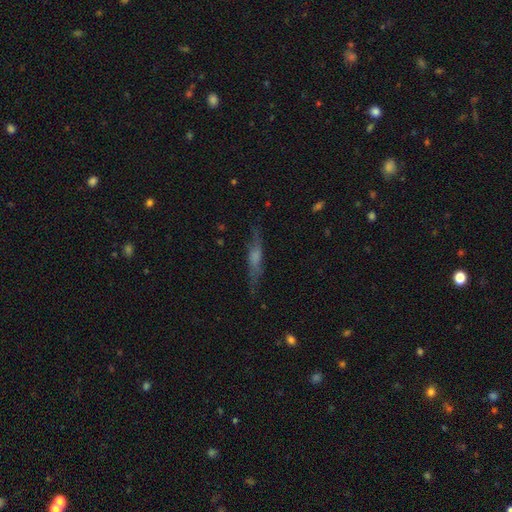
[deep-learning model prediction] smooth-or-featured: featured or disk: 60% | smooth: 29% | star or artifact: 11%
  disk-edge-on: yes: 86% | no: 14%
    edge-on-bulge: rounded: 62% | boxy: 20% | none: 18%
  merging: none: 75% | minor disturbance: 17% | major disturbance: 6% | merger: 2%